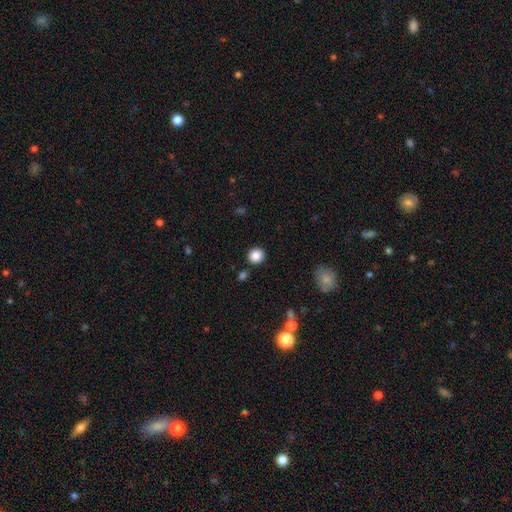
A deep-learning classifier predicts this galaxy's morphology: Smooth or featured? Predicted: smooth (p=0.86). How rounded? Predicted: round (p=0.89). Merging? Predicted: none (p=0.88).